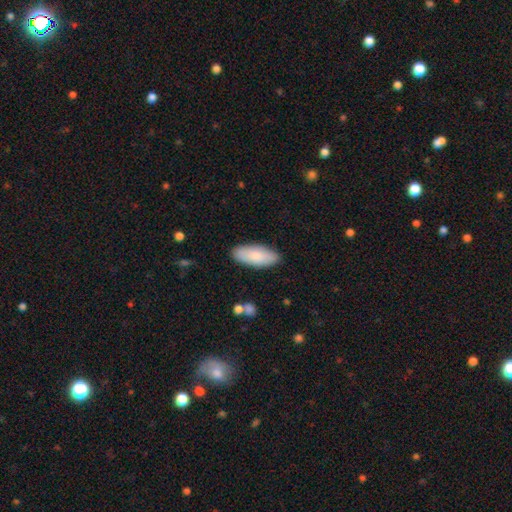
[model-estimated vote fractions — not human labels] The model was most divided on "how rounded": in between: 81%, cigar-shaped: 17%, round: 2%. More confident: merging — none (87%); smooth or featured — smooth (84%).